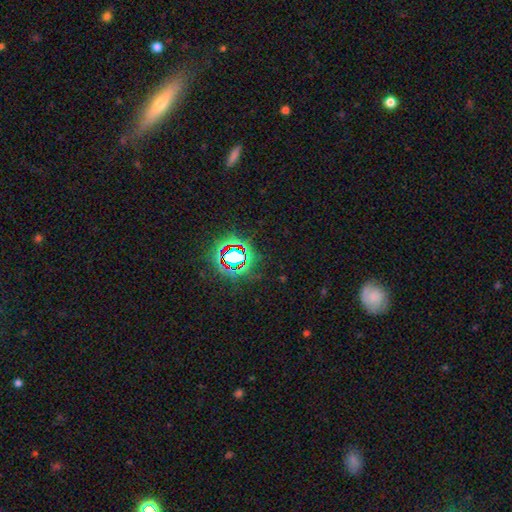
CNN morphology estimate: Smooth or featured: star or artifact — 69% (smooth — 17%)